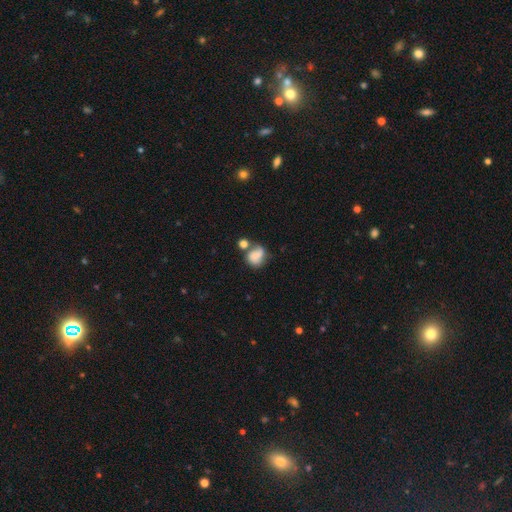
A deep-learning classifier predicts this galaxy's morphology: Q: Smooth or featured?
A: smooth (67%); runner-up: featured or disk (22%)
Q: How rounded?
A: round (52%); runner-up: in between (47%)
Q: Merging?
A: merger (33%); runner-up: none (32%)